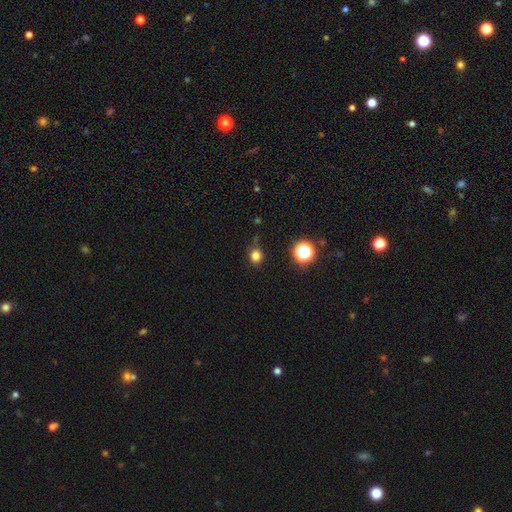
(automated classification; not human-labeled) Smooth or featured? smooth (80%)
How rounded? round (74%)
Merging? none (77%)